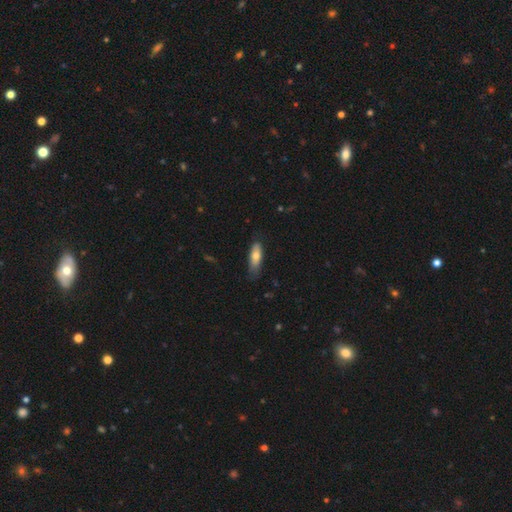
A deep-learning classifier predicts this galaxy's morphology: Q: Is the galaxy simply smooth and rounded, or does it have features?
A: smooth — 73%.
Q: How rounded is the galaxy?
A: in between — 60%.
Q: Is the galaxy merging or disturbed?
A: none — 67%.